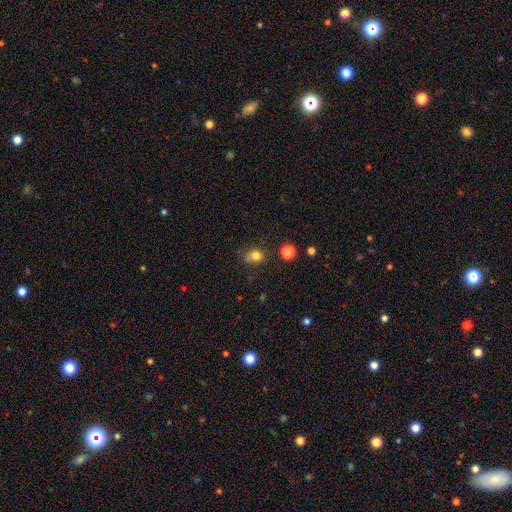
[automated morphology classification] smooth_or_featured: smooth (p=0.78) [alt: star or artifact p=0.13]
how_rounded: round (p=0.60) [alt: in between p=0.39]
merging: none (p=0.59) [alt: minor disturbance p=0.26]